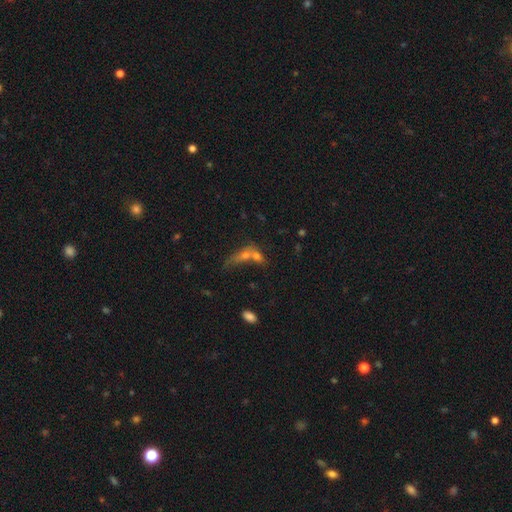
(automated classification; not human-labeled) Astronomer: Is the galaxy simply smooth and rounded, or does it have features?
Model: smooth — 60%.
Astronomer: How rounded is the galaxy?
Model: in between — 59%.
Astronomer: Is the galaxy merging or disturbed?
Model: merger — 65%.